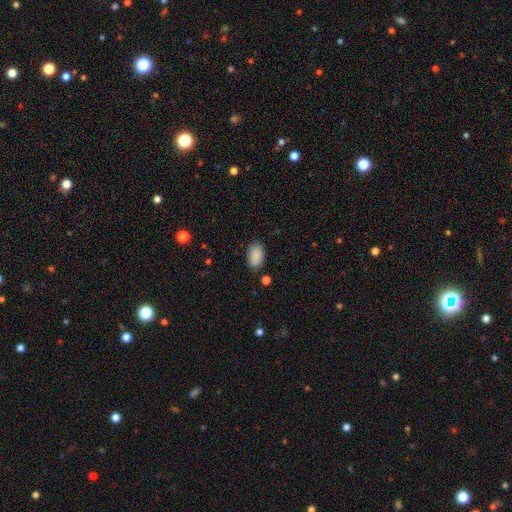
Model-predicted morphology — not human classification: The model was most divided on "merging": none: 85%, minor disturbance: 11%, major disturbance: 3%, merger: 2%. More confident: how rounded — in between (94%); smooth or featured — smooth (89%).